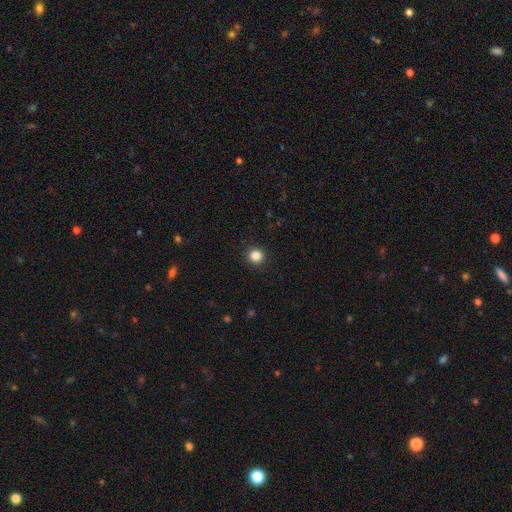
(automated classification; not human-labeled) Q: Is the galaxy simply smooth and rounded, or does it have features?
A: smooth — 84%.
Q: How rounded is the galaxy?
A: round — 94%.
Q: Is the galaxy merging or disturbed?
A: none — 93%.